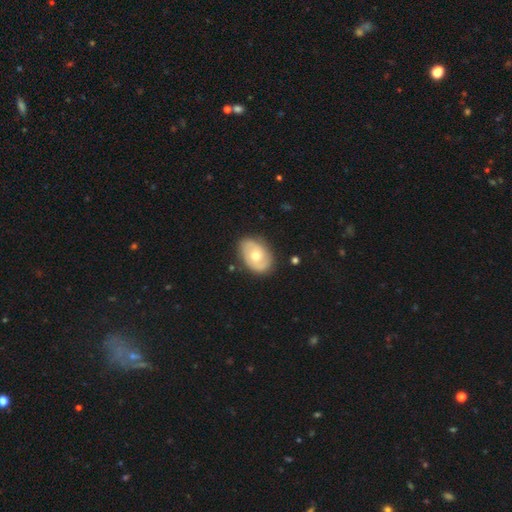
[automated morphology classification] This appears to be a featured or disk galaxy (57%) with no bar (75%), spiral arms (70%) and a moderate central bulge (69%). Merging: none (79%).